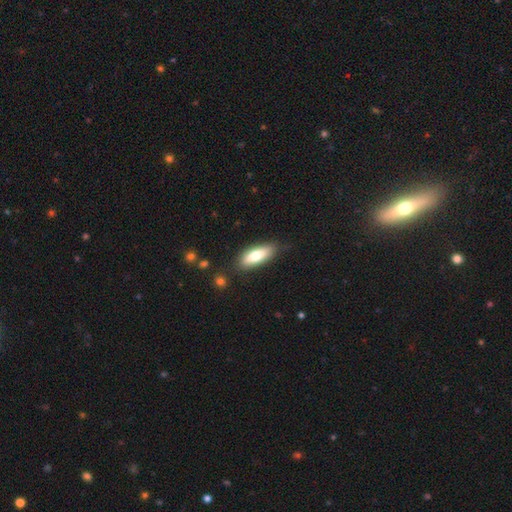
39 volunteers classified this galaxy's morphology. Volunteers were most divided on "how rounded": in between: 64%, cigar-shaped: 32%, round: 4%. More confident: merging — none (86%); smooth or featured — smooth (72%).